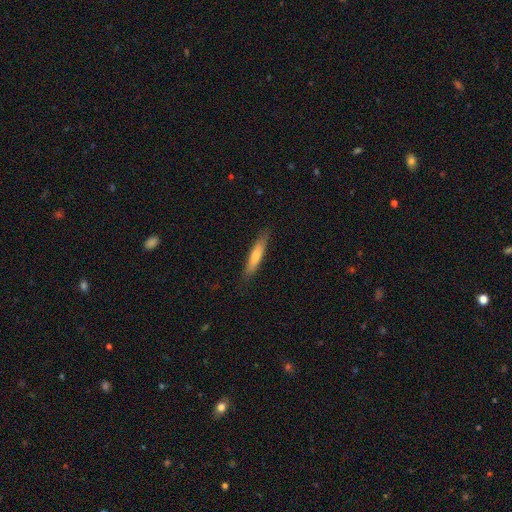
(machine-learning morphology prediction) smooth_or_featured: smooth (p=0.75) [alt: featured or disk p=0.20]
how_rounded: cigar-shaped (p=0.87) [alt: in between p=0.12]
merging: none (p=0.85) [alt: minor disturbance p=0.11]